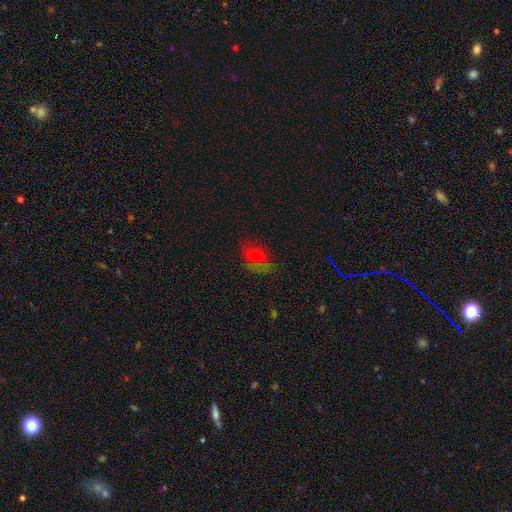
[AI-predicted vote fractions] A smooth galaxy with no disk features (58%) that is in between round and cigar-shaped (75%). Merging: none (51%).